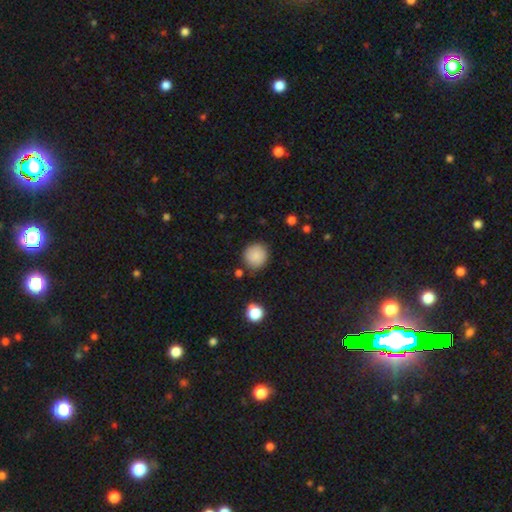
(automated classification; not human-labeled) A smooth galaxy with no disk features (87%) that is round (92%). Merging: none (85%).